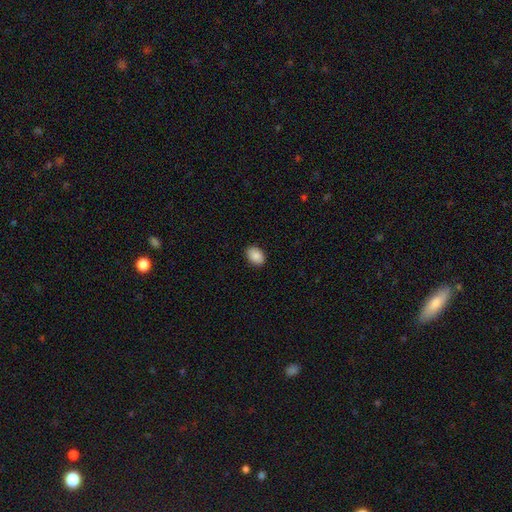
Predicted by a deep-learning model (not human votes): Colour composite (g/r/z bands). It shows a smooth galaxy with no disk features (89%) that is in between round and cigar-shaped (79%). Merging: none (89%).